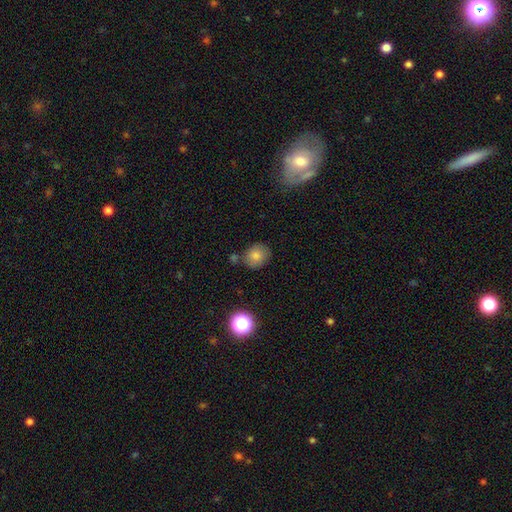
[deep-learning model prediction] Overall: smooth (81%). How rounded: round (70%). Merging: none (72%).